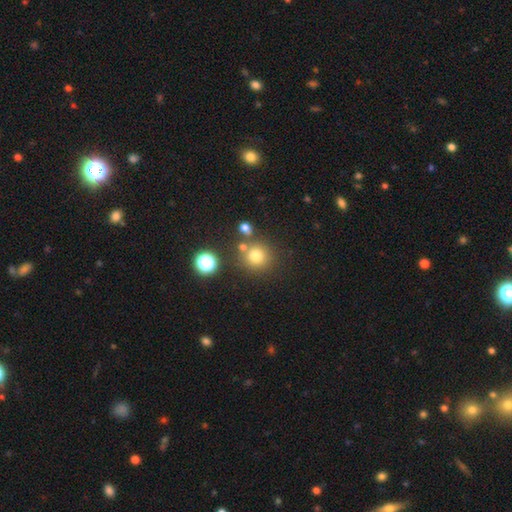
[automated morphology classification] This appears to be a smooth galaxy with no disk features (75%) that is round (92%). Merging: none (75%).